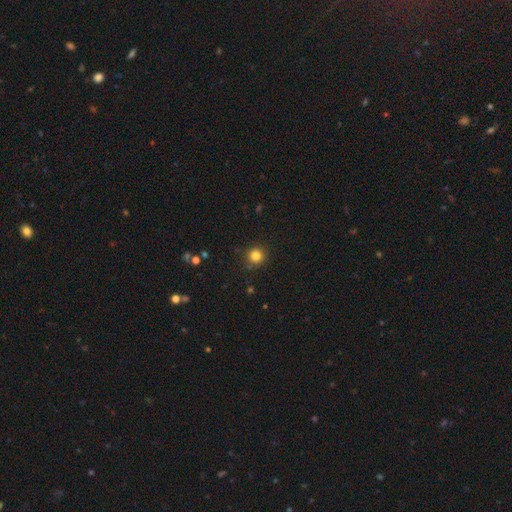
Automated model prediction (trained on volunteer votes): Smooth or featured: smooth — 83% (star or artifact — 13%)
How rounded: round — 94% (in between — 5%)
Merging: none — 89% (minor disturbance — 8%)